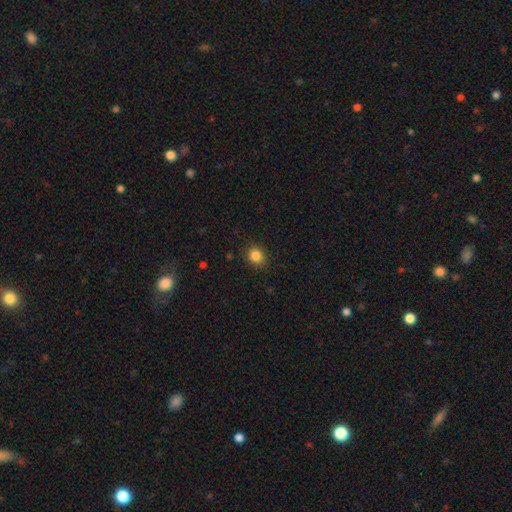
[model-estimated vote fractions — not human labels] A smooth galaxy with no disk features (85%) that is round (64%).

Vote fractions:
- Smooth or featured? smooth: 85% / star or artifact: 11% / featured or disk: 4%
- How rounded? round: 64% / in between: 35% / cigar-shaped: 1%
- Merging? none: 88% / minor disturbance: 9% / major disturbance: 2% / merger: 1%